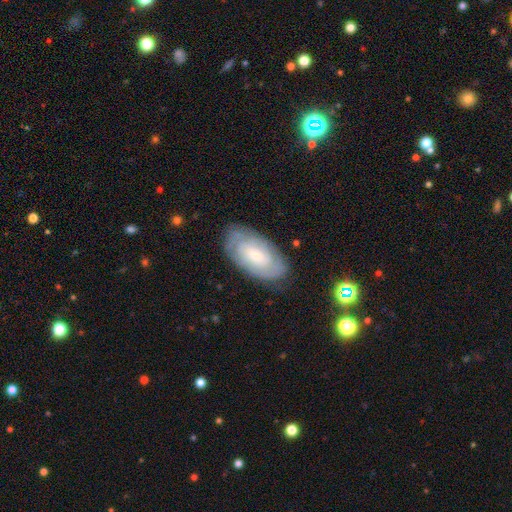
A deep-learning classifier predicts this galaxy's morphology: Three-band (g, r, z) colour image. It shows a featured or disk galaxy (61%) with no bar (71%), spiral arms (79%) and a small central bulge (68%). Merging: none (79%).